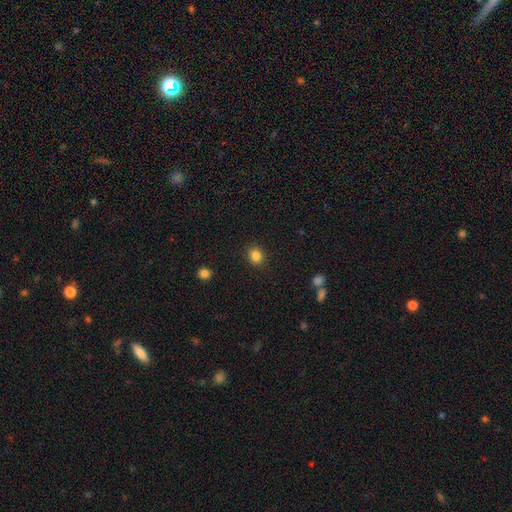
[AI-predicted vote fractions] smooth-or-featured: smooth: 85% | star or artifact: 11% | featured or disk: 4%
  how-rounded: round: 76% | in between: 23% | cigar-shaped: 1%
  merging: none: 90% | minor disturbance: 7% | major disturbance: 2% | merger: 1%